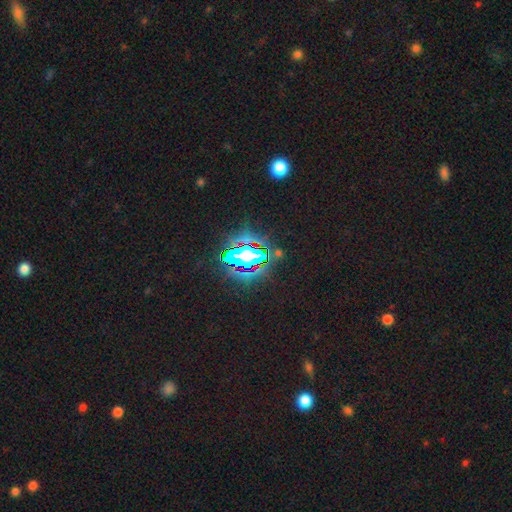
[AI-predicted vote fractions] Smooth or featured? Predicted: star or artifact (p=0.82).